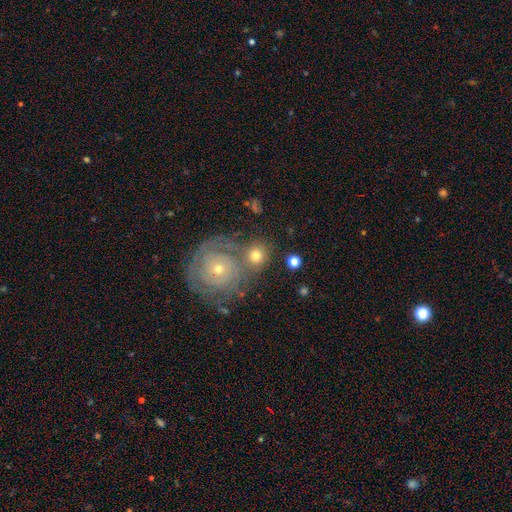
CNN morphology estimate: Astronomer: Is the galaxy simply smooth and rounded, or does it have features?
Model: smooth — 57% (runner-up: featured or disk, 34%).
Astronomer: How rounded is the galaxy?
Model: round — 87%.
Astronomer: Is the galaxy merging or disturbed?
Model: none — 57%.